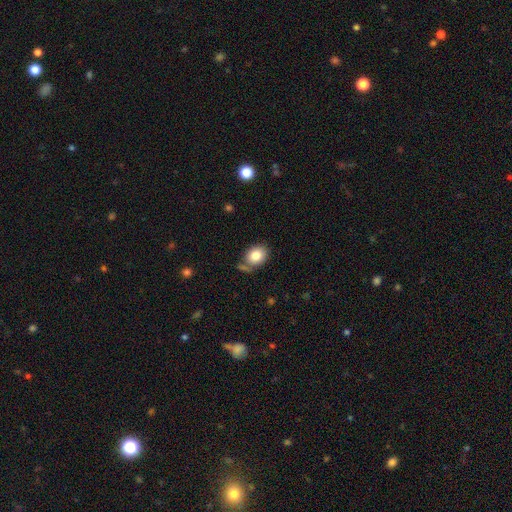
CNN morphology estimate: This is clearly a smooth galaxy (83%). How rounded: possibly in between (57%). Merging: likely none (64%).